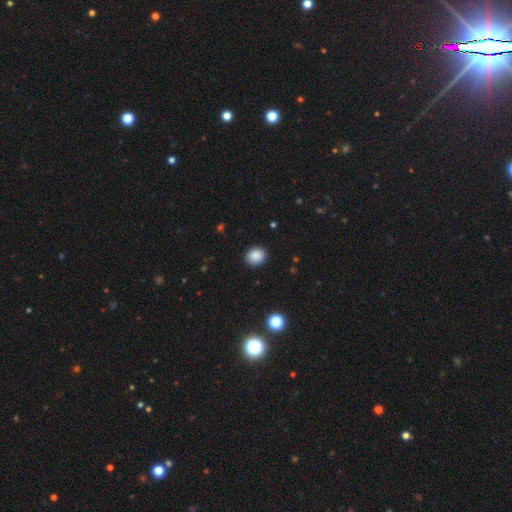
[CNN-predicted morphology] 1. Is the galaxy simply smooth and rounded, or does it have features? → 87% smooth, 9% star or artifact, 3% featured or disk.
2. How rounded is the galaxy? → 68% round, 31% in between, 1% cigar-shaped.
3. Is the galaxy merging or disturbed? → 89% none, 8% minor disturbance, 2% major disturbance, 1% merger.